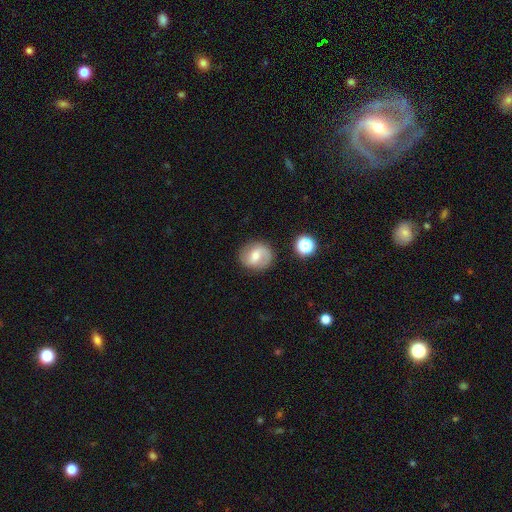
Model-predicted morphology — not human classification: The model was most divided on "smooth or featured": featured or disk: 52%, smooth: 39%, star or artifact: 9%. Remaining: edge-on disk — no (97%); merging — none (83%); spiral arms — yes (82%); bulge size — moderate (55%); bar — weak (49%).